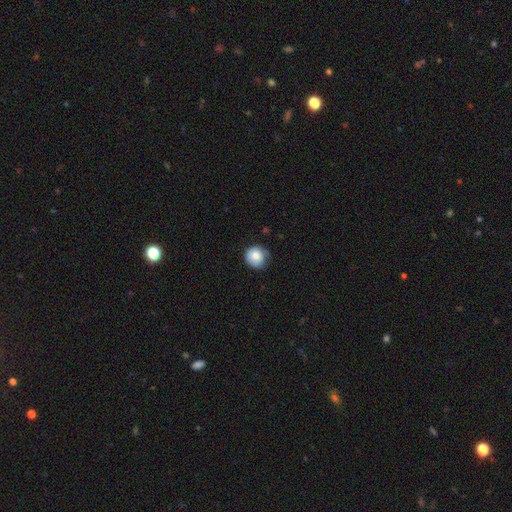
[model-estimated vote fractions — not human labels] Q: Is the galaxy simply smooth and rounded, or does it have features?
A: smooth — 78%.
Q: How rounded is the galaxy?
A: round — 93%.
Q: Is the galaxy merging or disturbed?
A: none — 67%.